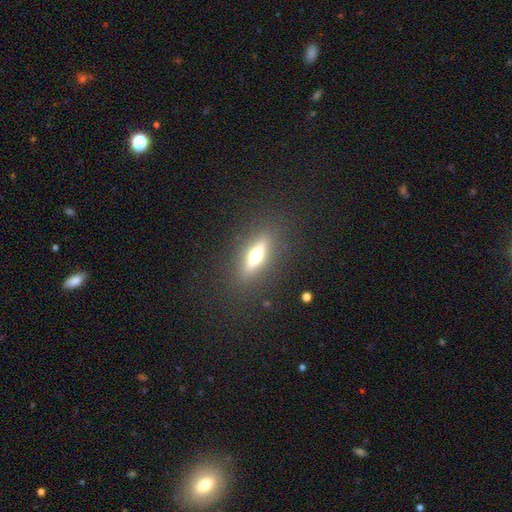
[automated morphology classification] Smooth or featured? featured or disk (53%)
Edge-on disk? yes (86%)
Merging? none (87%)